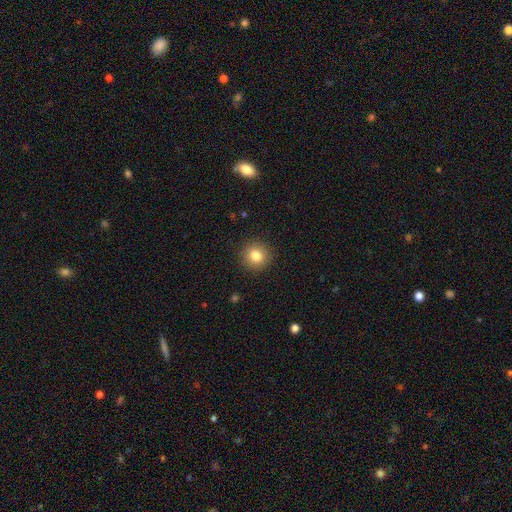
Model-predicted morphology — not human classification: Smooth or featured? smooth (82%)
How rounded? round (92%)
Merging? none (91%)